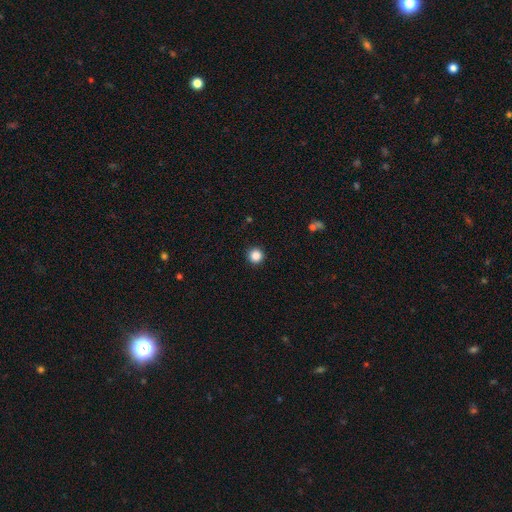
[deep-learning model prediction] Overall: smooth (86%). How rounded: round (96%). Merging: none (93%).